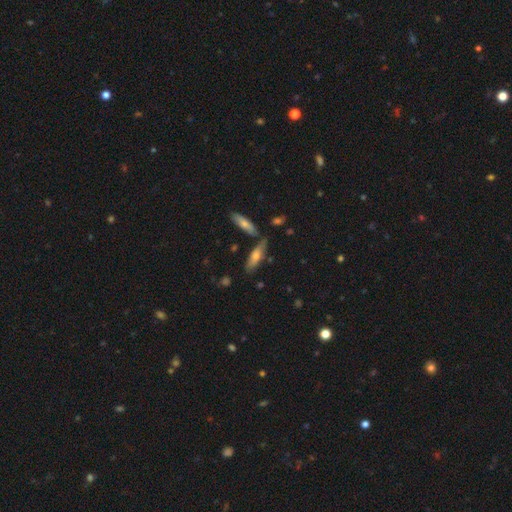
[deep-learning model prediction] This appears to be a smooth galaxy with no disk features (52%) that is cigar-shaped (62%). Merging: none (71%).